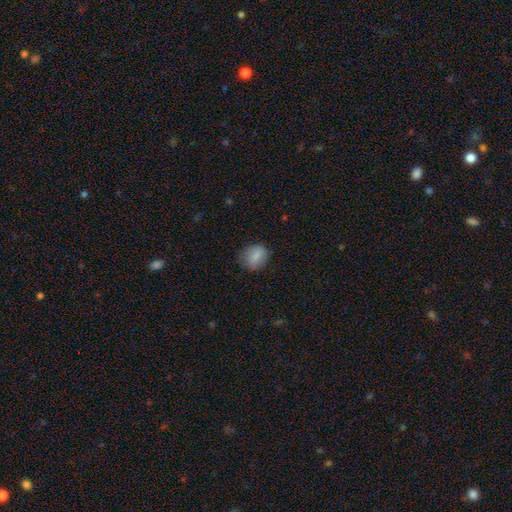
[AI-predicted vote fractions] Smooth or featured? smooth (84%)
How rounded? round (62%)
Merging? none (77%)